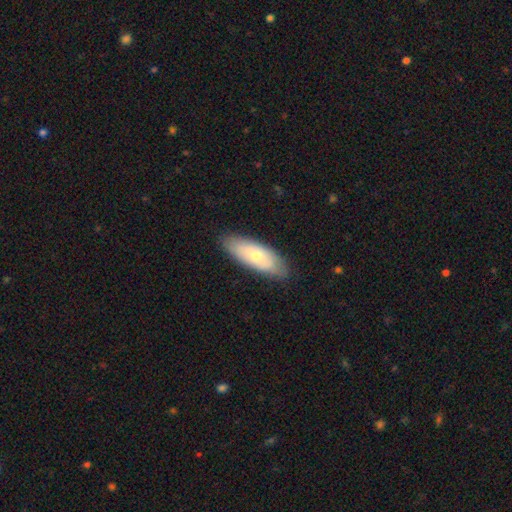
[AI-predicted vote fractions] The model was most divided on "smooth or featured": smooth: 64%, featured or disk: 30%, star or artifact: 6%. More confident: merging — none (83%); how rounded — in between (70%).